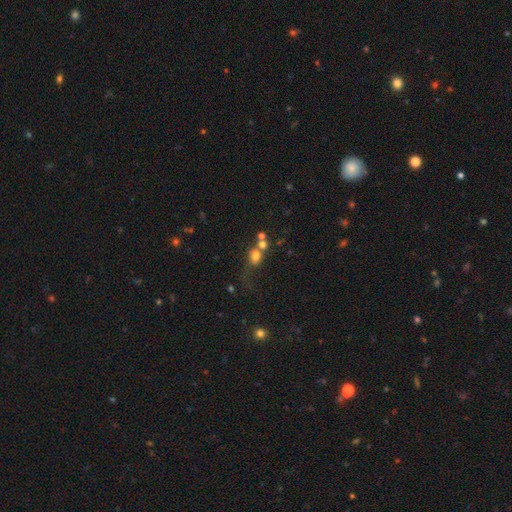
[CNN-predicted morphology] Smooth or featured? smooth (70%)
How rounded? round (61%)
Merging? merger (38%)